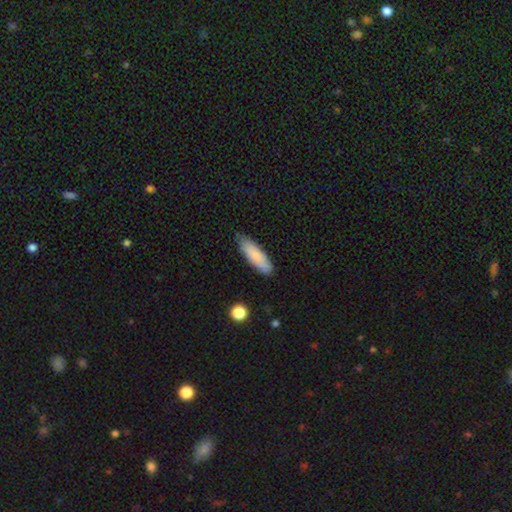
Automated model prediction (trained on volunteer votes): Overall: smooth (81%). How rounded: cigar-shaped (52%; in between 47%). Merging: none (76%).